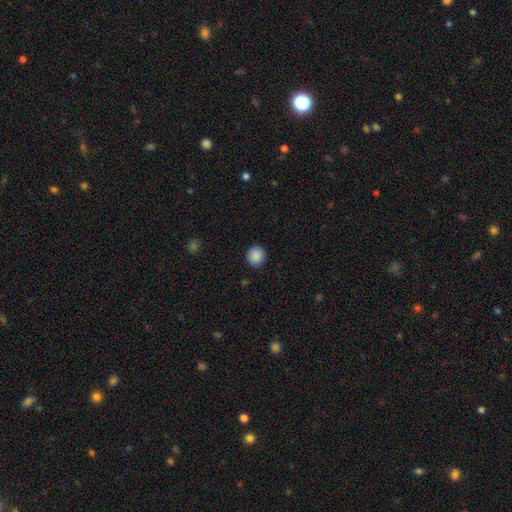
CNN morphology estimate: Smooth or featured?
  - smooth: 89% *
  - star or artifact: 9%
  - featured or disk: 3%
How rounded?
  - round: 87% *
  - in between: 12%
  - cigar-shaped: 1%
Merging?
  - none: 90% *
  - minor disturbance: 7%
  - major disturbance: 2%
  - merger: 1%